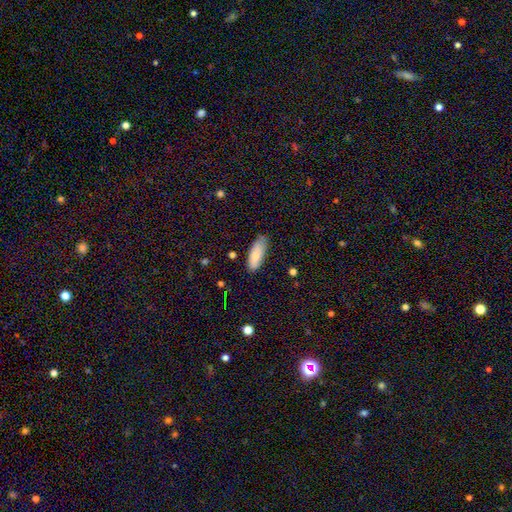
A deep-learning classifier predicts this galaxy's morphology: smooth_or_featured: smooth (p=0.82) [alt: featured or disk p=0.12]
how_rounded: in between (p=0.70) [alt: cigar-shaped p=0.29]
merging: none (p=0.78) [alt: minor disturbance p=0.17]